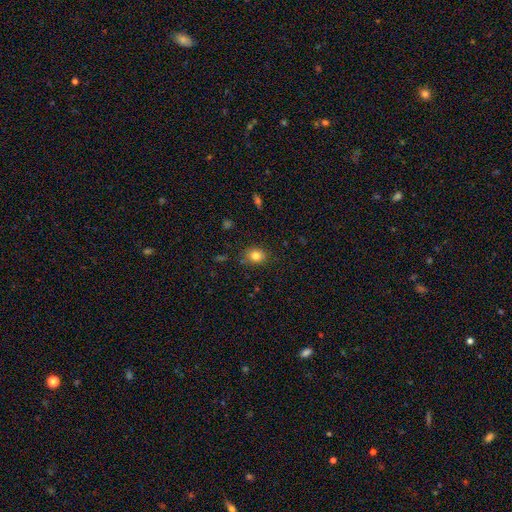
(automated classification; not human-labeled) A smooth galaxy with no disk features (82%) that is in between round and cigar-shaped (50%).

Vote fractions:
- Smooth or featured? smooth: 82% / star or artifact: 11% / featured or disk: 7%
- How rounded? in between: 50% / round: 49% / cigar-shaped: 1%
- Merging? none: 82% / minor disturbance: 14% / major disturbance: 3% / merger: 2%